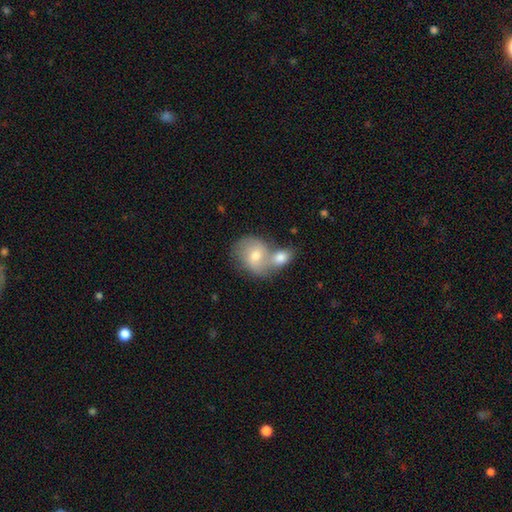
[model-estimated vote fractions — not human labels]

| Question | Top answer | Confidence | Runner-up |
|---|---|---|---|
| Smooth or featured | smooth | 51% | featured or disk (39%) |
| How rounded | round | 62% | in between (37%) |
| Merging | merger | 59% | none (29%) |